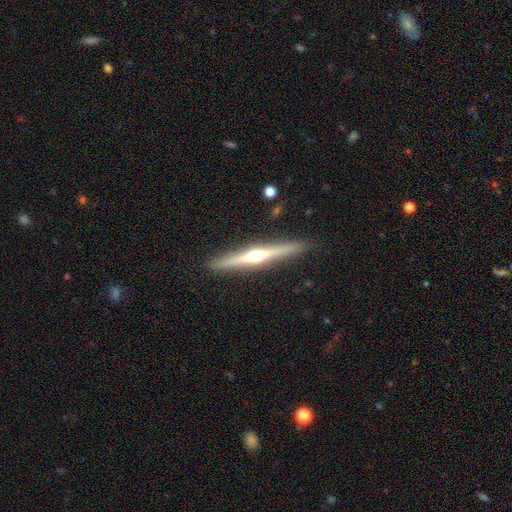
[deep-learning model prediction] The model was most divided on "smooth or featured": featured or disk: 73%, smooth: 21%, star or artifact: 5%. More confident: edge-on disk — yes (98%); merging — none (91%); edge-on bulge — rounded (90%).